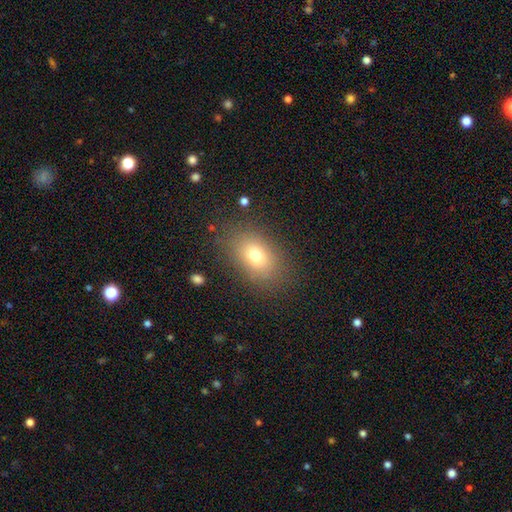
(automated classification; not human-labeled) This is likely a smooth galaxy (74%). How rounded: likely in between (79%). Merging: clearly none (83%).